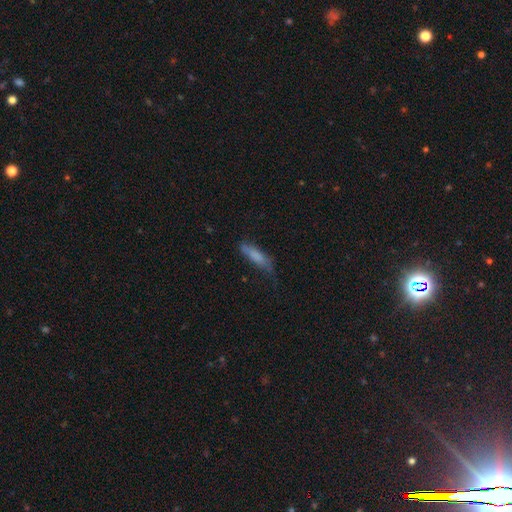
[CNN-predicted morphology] smooth 76%, featured or disk 16%, star or artifact 7%. Down the decision tree: how rounded — cigar-shaped (66%); merging — none (53%).